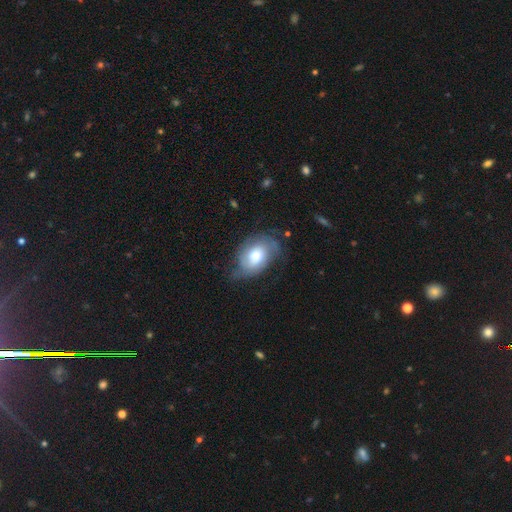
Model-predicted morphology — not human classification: Smooth or featured: smooth — 53% (featured or disk — 40%)
How rounded: in between — 76% (round — 23%)
Merging: none — 51% (minor disturbance — 33%)